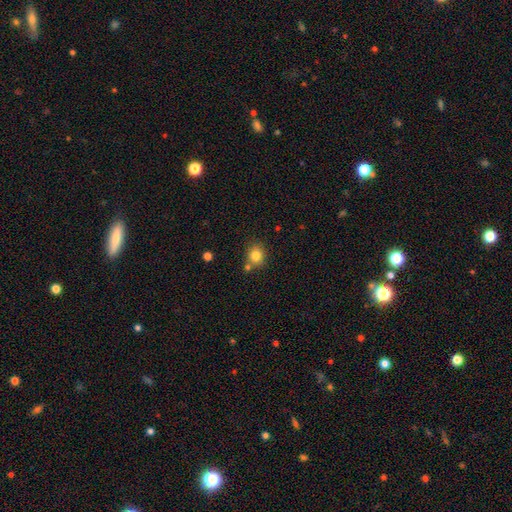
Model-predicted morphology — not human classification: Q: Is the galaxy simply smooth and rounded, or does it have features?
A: smooth — 82%.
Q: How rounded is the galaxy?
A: round — 80%.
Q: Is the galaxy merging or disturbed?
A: none — 71%.